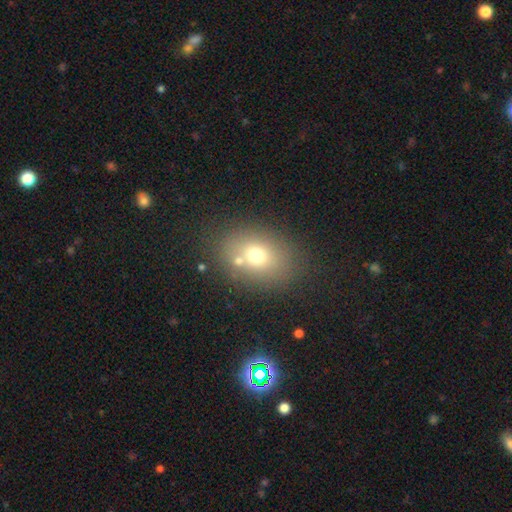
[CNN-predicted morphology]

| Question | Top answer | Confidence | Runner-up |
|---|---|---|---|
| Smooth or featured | smooth | 68% | featured or disk (17%) |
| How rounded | in between | 63% | round (36%) |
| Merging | none | 70% | merger (13%) |